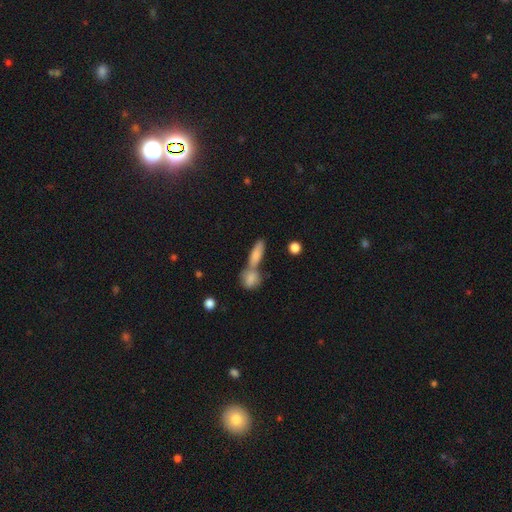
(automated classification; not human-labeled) Smooth or featured? Predicted: smooth (p=0.79). How rounded? Predicted: in between (p=0.51). Merging? Predicted: merger (p=0.46).